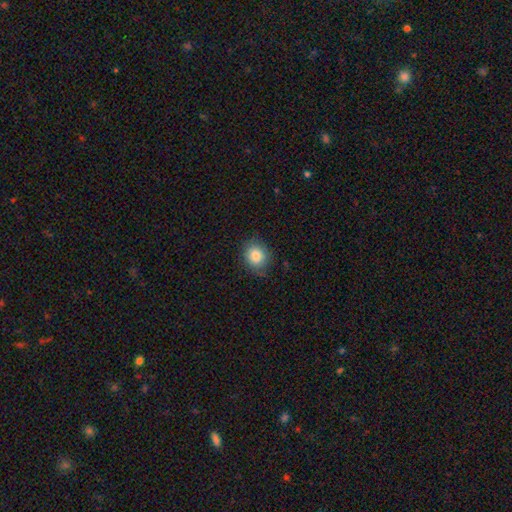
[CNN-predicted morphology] Q: Smooth or featured?
A: smooth (82%); runner-up: star or artifact (10%)
Q: How rounded?
A: round (67%); runner-up: in between (33%)
Q: Merging?
A: none (79%); runner-up: minor disturbance (16%)